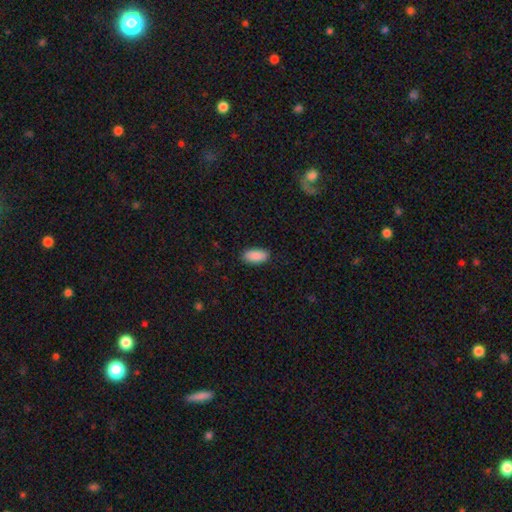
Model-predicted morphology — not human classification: Q: Smooth or featured?
A: smooth (90%); runner-up: star or artifact (6%)
Q: How rounded?
A: in between (92%); runner-up: cigar-shaped (5%)
Q: Merging?
A: none (88%); runner-up: minor disturbance (9%)